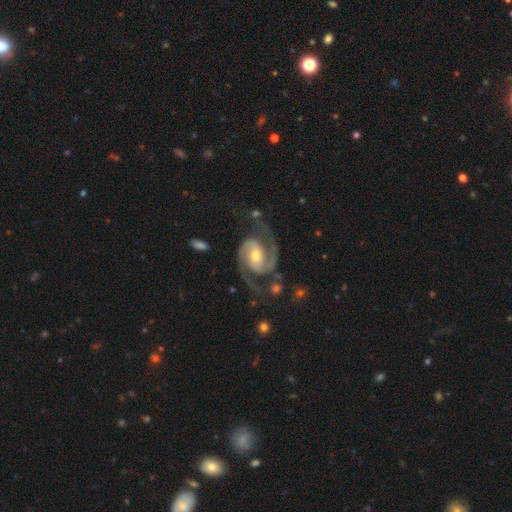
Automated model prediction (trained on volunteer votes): Smooth or featured? featured or disk (93%)
Edge-on disk? no (98%)
Bar? weak (42%)
Spiral arms? yes (98%)
Spiral winding? medium (60%)
Spiral arm count? 2 (93%)
Bulge size? moderate (60%)
Merging? none (73%)